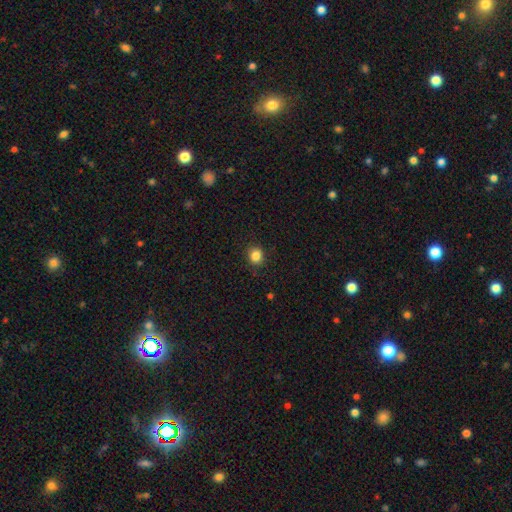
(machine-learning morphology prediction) smooth_or_featured: smooth (p=0.85) [alt: star or artifact p=0.11]
how_rounded: round (p=0.78) [alt: in between p=0.21]
merging: none (p=0.90) [alt: minor disturbance p=0.07]